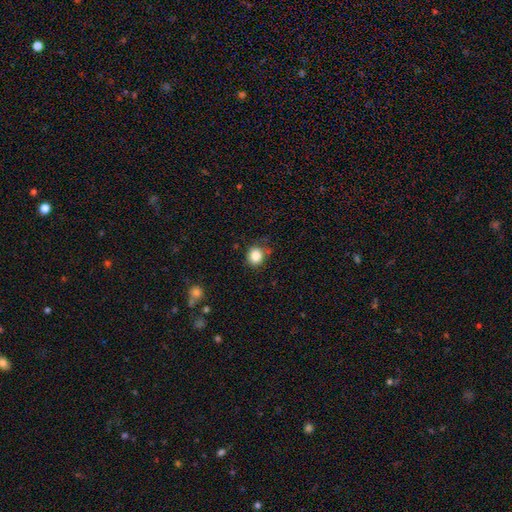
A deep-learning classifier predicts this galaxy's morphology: The model was most divided on "merging": none: 76%, minor disturbance: 17%, major disturbance: 4%, merger: 3%. More confident: smooth or featured — smooth (85%); how rounded — round (84%).